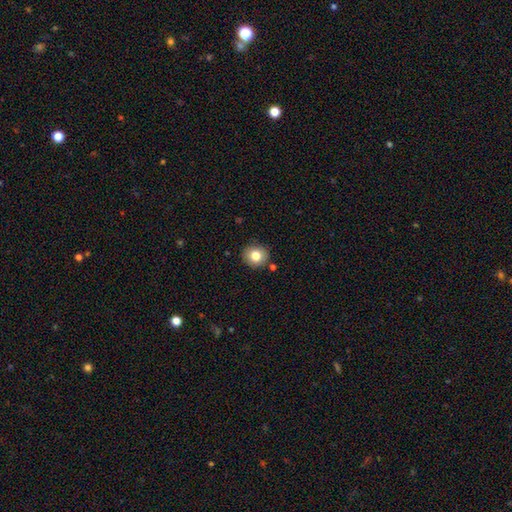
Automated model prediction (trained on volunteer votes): smooth_or_featured: smooth (p=0.80) [alt: star or artifact p=0.10]
how_rounded: round (p=0.86) [alt: in between p=0.13]
merging: none (p=0.87) [alt: minor disturbance p=0.08]